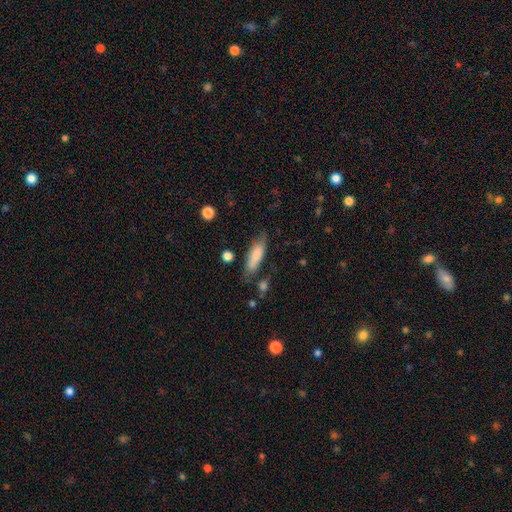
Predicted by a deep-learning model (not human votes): Smooth or featured: smooth — 80% (featured or disk — 14%)
How rounded: in between — 54% (cigar-shaped — 43%)
Merging: none — 63% (minor disturbance — 24%)